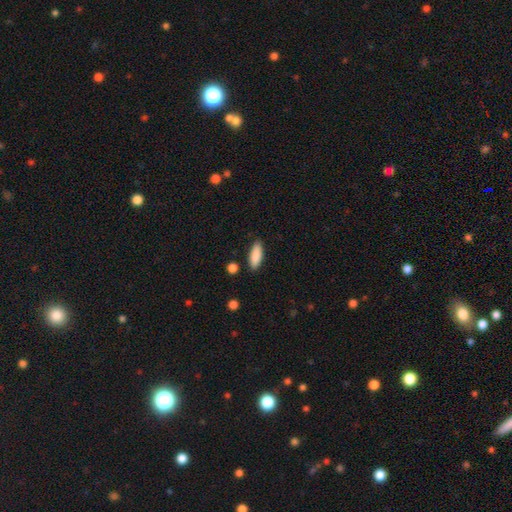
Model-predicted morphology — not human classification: smooth 88%, star or artifact 6%, featured or disk 6%. Down the decision tree: how rounded — in between (68%); merging — none (86%).